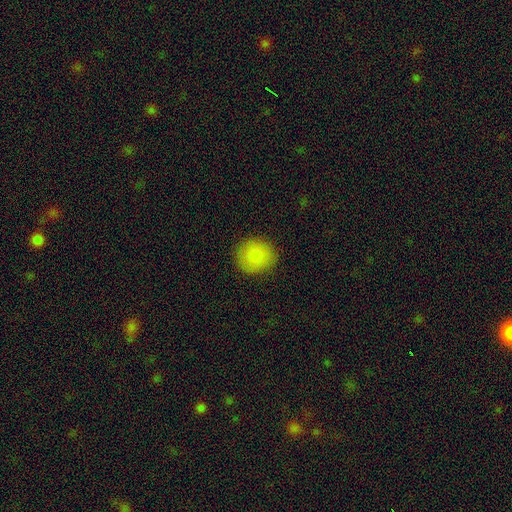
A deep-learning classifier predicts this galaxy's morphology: Smooth or featured: smooth — 85% (star or artifact — 9%)
How rounded: round — 86% (in between — 13%)
Merging: none — 86% (minor disturbance — 10%)